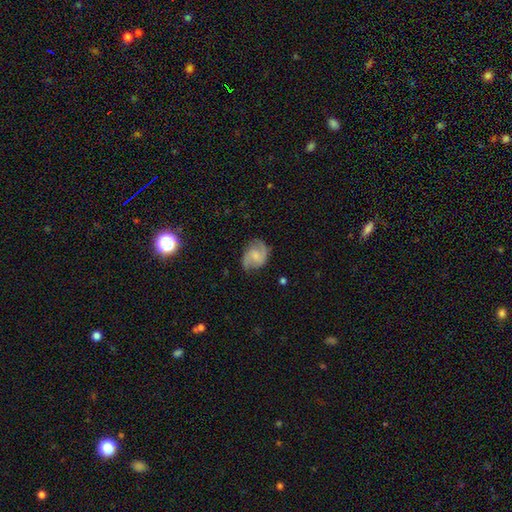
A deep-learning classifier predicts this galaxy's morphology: Q: Smooth or featured?
A: featured or disk (73%); runner-up: smooth (21%)
Q: Edge-on disk?
A: no (98%); runner-up: yes (2%)
Q: Bar?
A: weak (48%); runner-up: no (42%)
Q: Spiral arms?
A: yes (95%); runner-up: no (5%)
Q: Spiral winding?
A: medium (51%); runner-up: loose (30%)
Q: Spiral arm count?
A: 2 (89%); runner-up: can't tell (5%)
Q: Bulge size?
A: small (44%); runner-up: moderate (32%)
Q: Merging?
A: none (74%); runner-up: minor disturbance (19%)